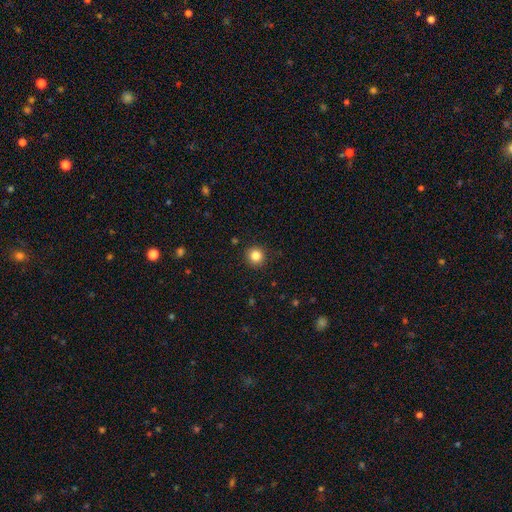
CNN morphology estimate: A smooth galaxy with no disk features (84%) that is round (94%).

Vote fractions:
- Smooth or featured? smooth: 84% / star or artifact: 11% / featured or disk: 5%
- How rounded? round: 94% / in between: 5% / cigar-shaped: 1%
- Merging? none: 92% / minor disturbance: 5% / major disturbance: 2% / merger: 1%